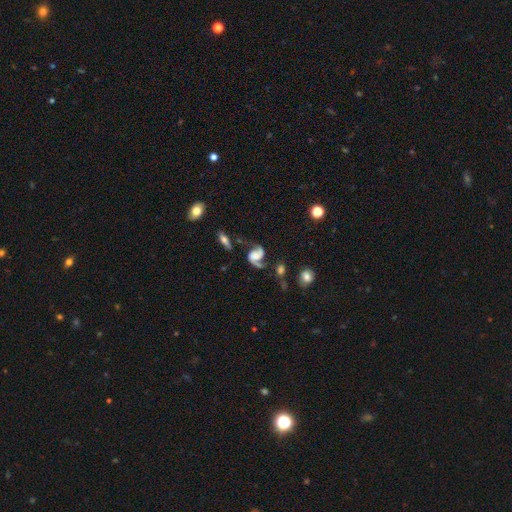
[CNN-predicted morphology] A featured or disk galaxy (84%) with no bar (56%), 2 (90%) loose (49%) spiral arms (96%) and no central bulge (44%).

Vote fractions:
- Smooth or featured? featured or disk: 84% / smooth: 10% / star or artifact: 7%
- Edge-on disk? no: 97% / yes: 3%
- Bar? no: 56% / weak: 31% / strong: 13%
- Spiral arms? yes: 96% / no: 4%
- Spiral winding? loose: 49% / medium: 40% / tight: 11%
- Spiral arm count? 2: 90% / 1: 5% / can't tell: 2% / 3: 1% / 4: 1% / more than 4: 1%
- Bulge size? none: 44% / large: 22% / moderate: 15% / small: 13% / dominant: 6%
- Merging? none: 59% / minor disturbance: 18% / major disturbance: 14% / merger: 8%